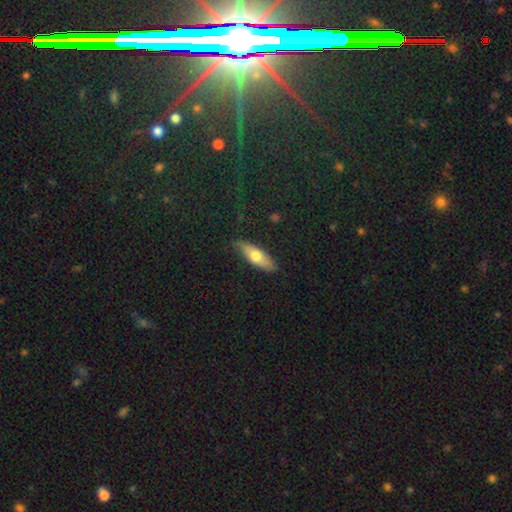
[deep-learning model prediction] Overall: smooth (62%; featured or disk 32%). How rounded: in between (52%; cigar-shaped 45%). Merging: none (82%).